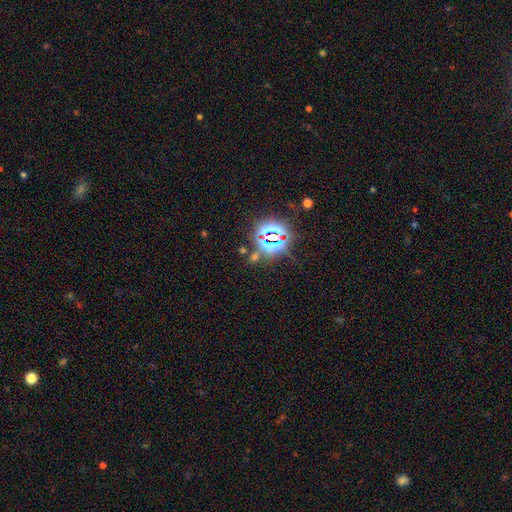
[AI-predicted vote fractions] This appears to be a star or artifact, not a galaxy (78%).